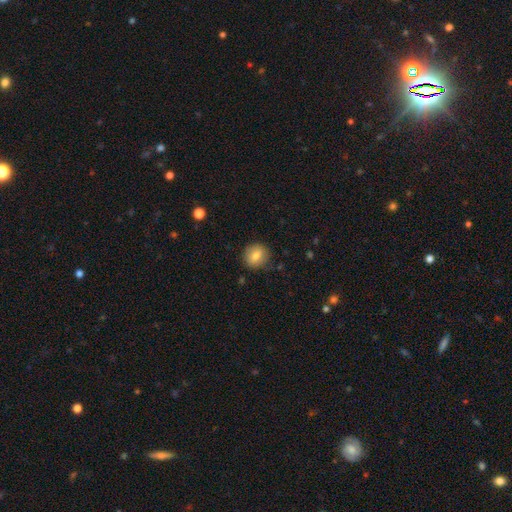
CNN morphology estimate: type=smooth (79%); roundness=round (76%); merging=none (84%).